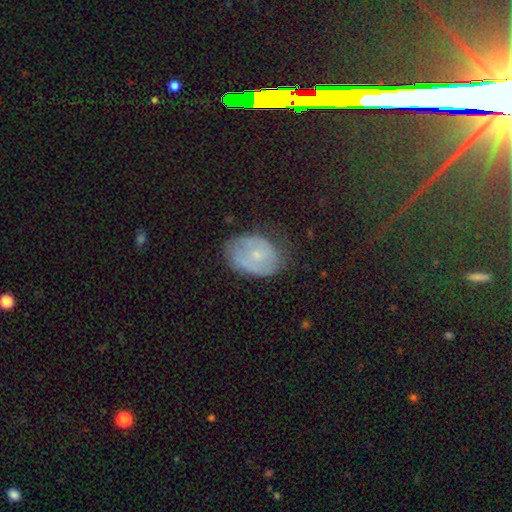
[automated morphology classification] Smooth or featured: featured or disk — 48% (smooth — 43%)
Merging: none — 57% (minor disturbance — 29%)